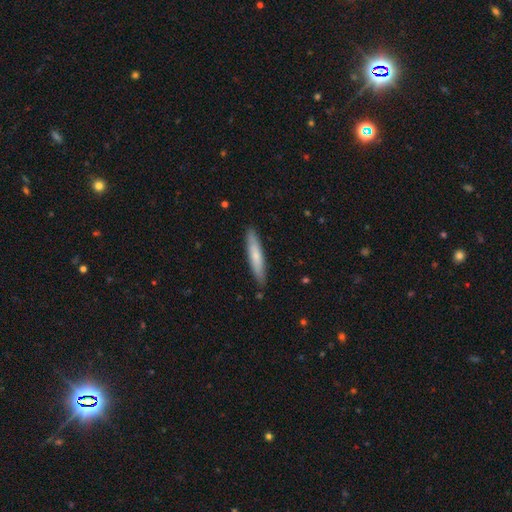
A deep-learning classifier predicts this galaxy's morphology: Q: Smooth or featured?
A: smooth (67%); runner-up: featured or disk (28%)
Q: How rounded?
A: cigar-shaped (91%); runner-up: in between (8%)
Q: Merging?
A: none (88%); runner-up: minor disturbance (9%)